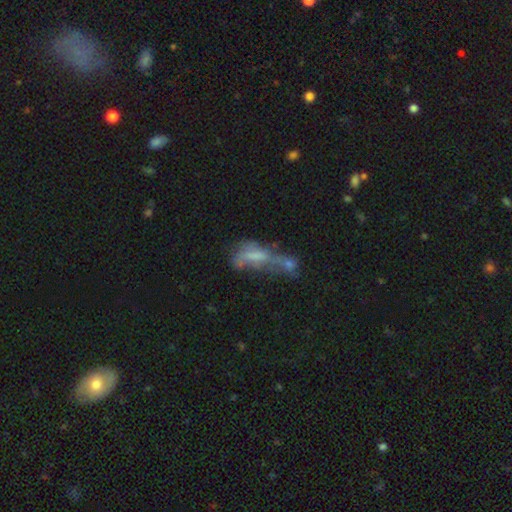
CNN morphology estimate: type=smooth (47%); merging=merger (46%).